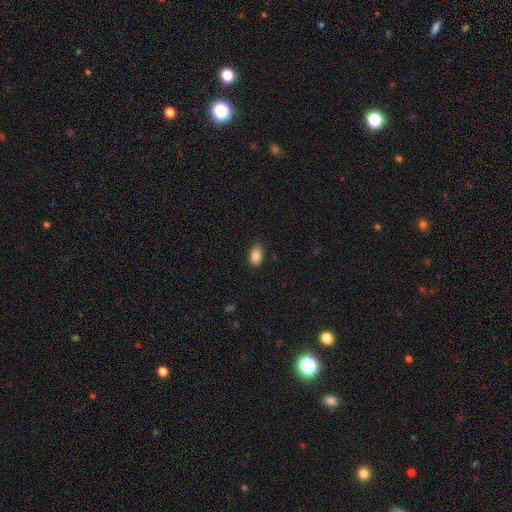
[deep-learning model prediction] Overall: smooth (88%). How rounded: in between (89%). Merging: none (84%).